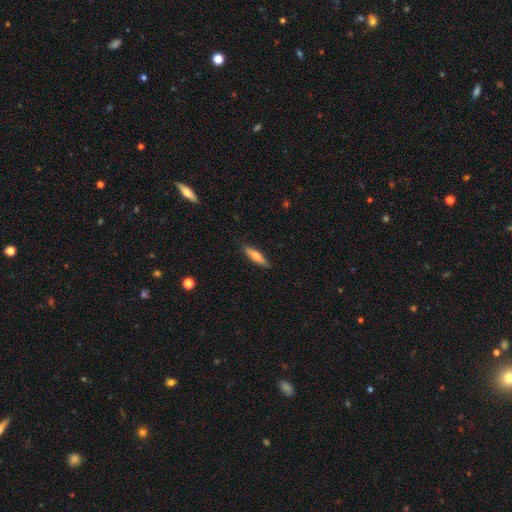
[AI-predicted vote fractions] smooth 67%, featured or disk 27%, star or artifact 6%. Down the decision tree: how rounded — cigar-shaped (75%); merging — none (87%).